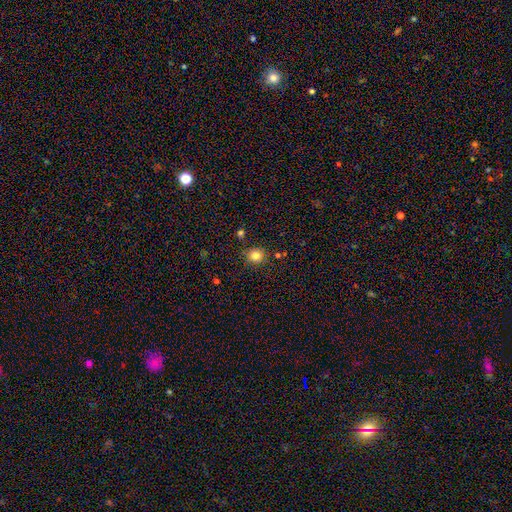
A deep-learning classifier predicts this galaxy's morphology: This appears to be a smooth galaxy with no disk features (82%) that is round (88%). Merging: none (85%).